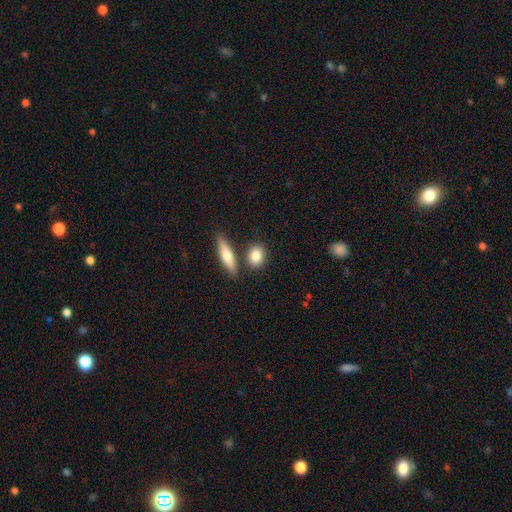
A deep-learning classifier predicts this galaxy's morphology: A smooth galaxy with no disk features (83%) that is in between round and cigar-shaped (50%).

Vote fractions:
- Smooth or featured? smooth: 83% / featured or disk: 11% / star or artifact: 7%
- How rounded? in between: 50% / round: 41% / cigar-shaped: 8%
- Merging? none: 75% / merger: 12% / minor disturbance: 10% / major disturbance: 3%